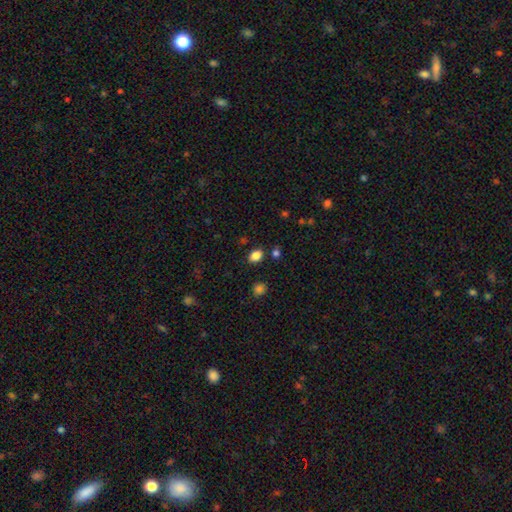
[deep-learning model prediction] Smooth or featured? Predicted: smooth (p=0.85). How rounded? Predicted: in between (p=0.74). Merging? Predicted: none (p=0.84).